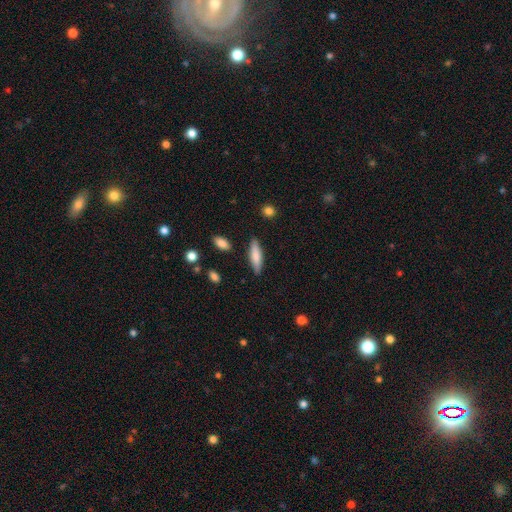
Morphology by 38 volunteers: Q: Smooth or featured?
A: smooth (71%); runner-up: featured or disk (21%)
Q: How rounded?
A: cigar-shaped (70%); runner-up: in between (30%)
Q: Merging?
A: none (91%); runner-up: minor disturbance (9%)